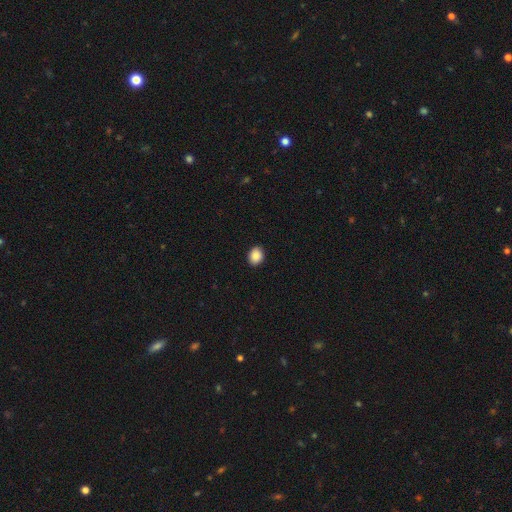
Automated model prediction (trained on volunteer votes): This is clearly a smooth galaxy (89%). How rounded: possibly round (56%). Merging: clearly none (91%).